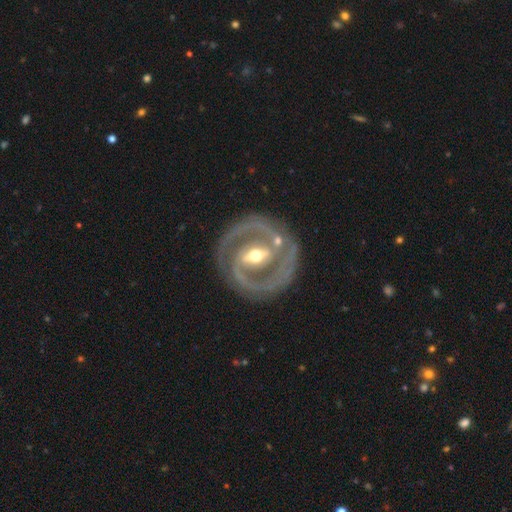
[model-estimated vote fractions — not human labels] The model was most divided on "spiral winding": tight: 56%, medium: 37%, loose: 7%. More confident: edge-on disk — no (97%); spiral arms — yes (93%); smooth or featured — featured or disk (89%); spiral arm count — 2 (86%); merging — none (79%); bulge size — moderate (62%); bar — strong (58%).